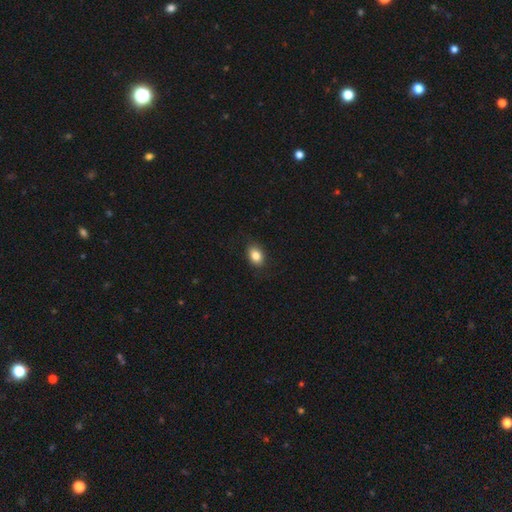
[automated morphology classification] Overall: smooth (84%). How rounded: in between (74%). Merging: none (85%).